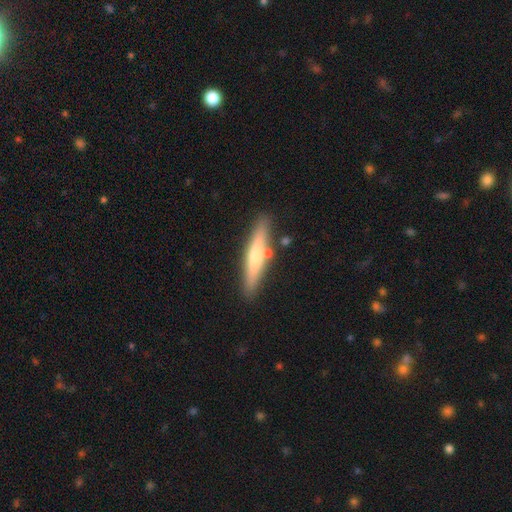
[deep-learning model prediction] Overall: smooth (50%; featured or disk 44%). Merging: none (82%).